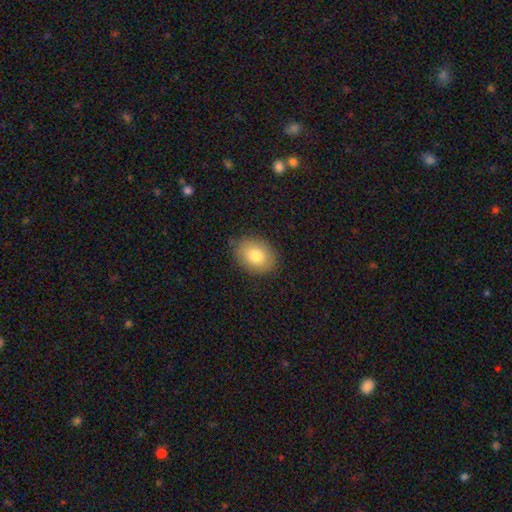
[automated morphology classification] type=smooth (78%); roundness=in between (65%); merging=none (84%).